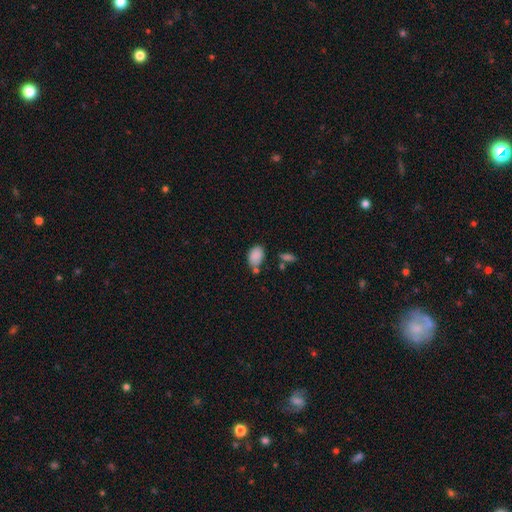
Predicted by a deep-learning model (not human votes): Overall: smooth (87%). How rounded: in between (84%). Merging: none (62%).